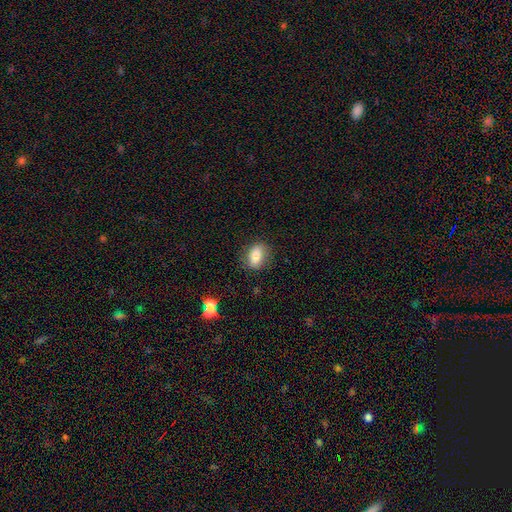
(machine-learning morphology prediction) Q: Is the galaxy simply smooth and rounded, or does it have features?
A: smooth — 79%.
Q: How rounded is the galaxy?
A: in between — 77%.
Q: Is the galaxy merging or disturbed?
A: none — 80%.